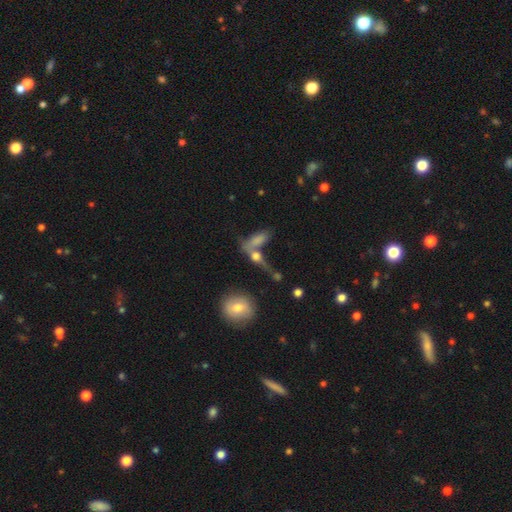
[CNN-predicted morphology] A smooth galaxy with no disk features (51%) that is in between round and cigar-shaped (49%).

Vote fractions:
- Smooth or featured? smooth: 51% / featured or disk: 36% / star or artifact: 12%
- How rounded? in between: 49% / cigar-shaped: 36% / round: 15%
- Merging? merger: 39% / none: 38% / minor disturbance: 12% / major disturbance: 10%